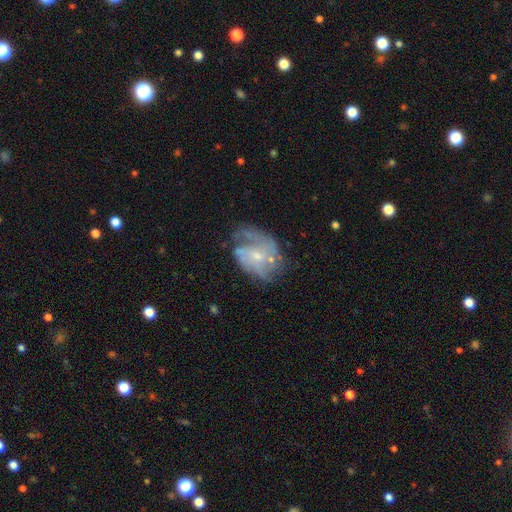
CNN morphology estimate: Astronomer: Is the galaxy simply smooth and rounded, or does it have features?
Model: featured or disk — 77%.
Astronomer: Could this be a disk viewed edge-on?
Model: no — 98%.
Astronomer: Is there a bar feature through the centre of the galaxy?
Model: no — 61%.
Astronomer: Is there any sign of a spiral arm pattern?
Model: yes — 85%.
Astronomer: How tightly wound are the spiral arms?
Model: medium — 43% (runner-up: loose, 30%).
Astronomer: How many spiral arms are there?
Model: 2 — 34% (runner-up: can't tell, 29%).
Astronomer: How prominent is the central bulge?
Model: small — 64%.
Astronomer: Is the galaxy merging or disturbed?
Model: none — 47% (runner-up: major disturbance, 25%).